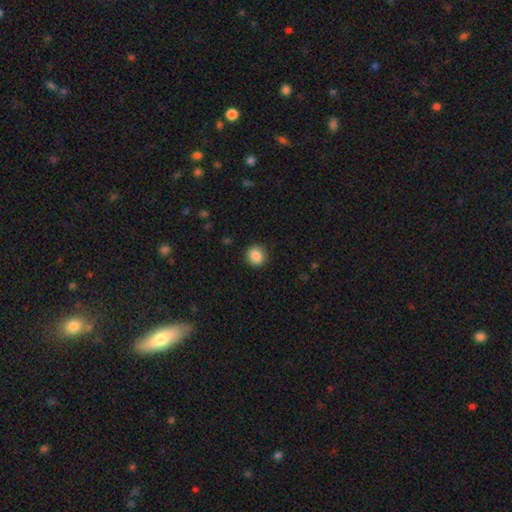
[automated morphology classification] smooth-or-featured: smooth: 87% | star or artifact: 9% | featured or disk: 4%
  how-rounded: round: 84% | in between: 15% | cigar-shaped: 1%
  merging: none: 89% | minor disturbance: 8% | major disturbance: 2% | merger: 1%